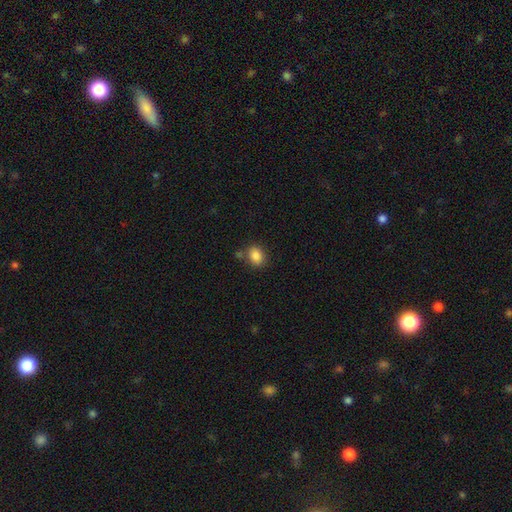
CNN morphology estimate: Overall: smooth (85%). How rounded: in between (59%; round 40%). Merging: none (74%).